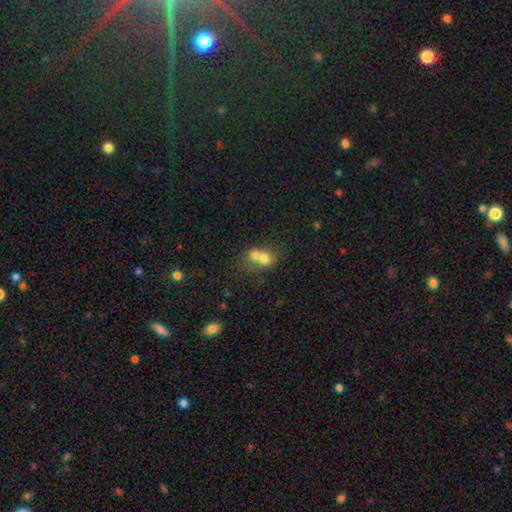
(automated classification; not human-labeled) Morphology: type=smooth (68%); roundness=round (60%); merging=merger (70%).